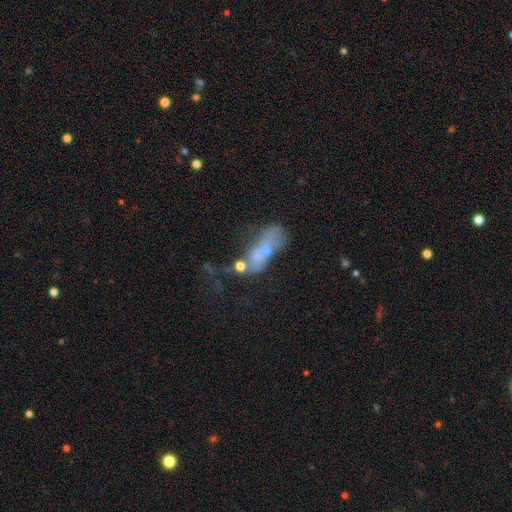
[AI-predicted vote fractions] Smooth or featured? smooth (46%)
Merging? merger (47%)